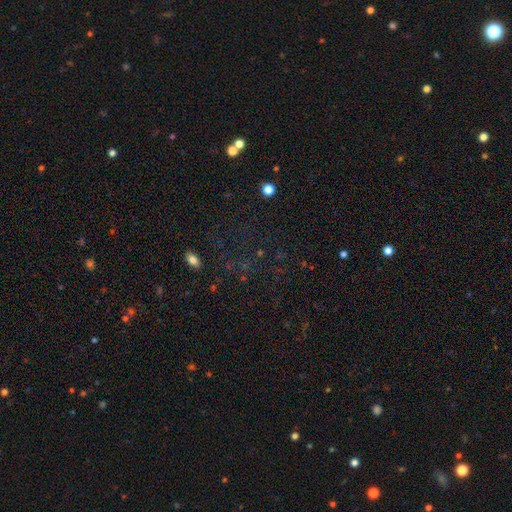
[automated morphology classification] type=star or artifact (67%).